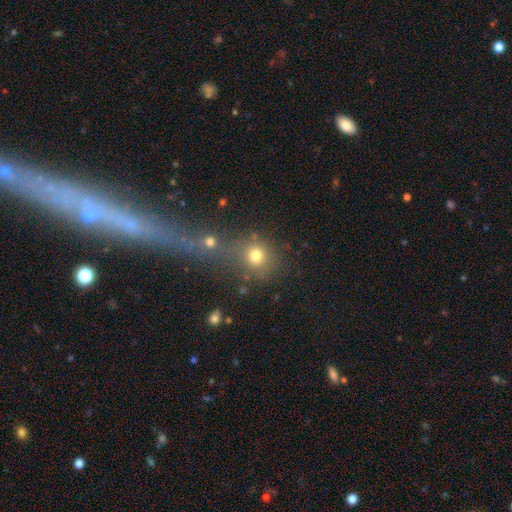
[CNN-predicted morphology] Overall: smooth (72%). How rounded: round (81%). Merging: none (47%; merger 39%).